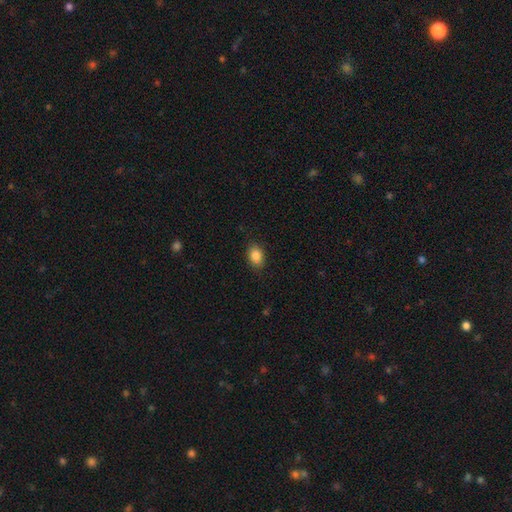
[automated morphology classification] Q: Smooth or featured?
A: smooth (87%); runner-up: star or artifact (9%)
Q: How rounded?
A: in between (79%); runner-up: round (19%)
Q: Merging?
A: none (83%); runner-up: minor disturbance (13%)